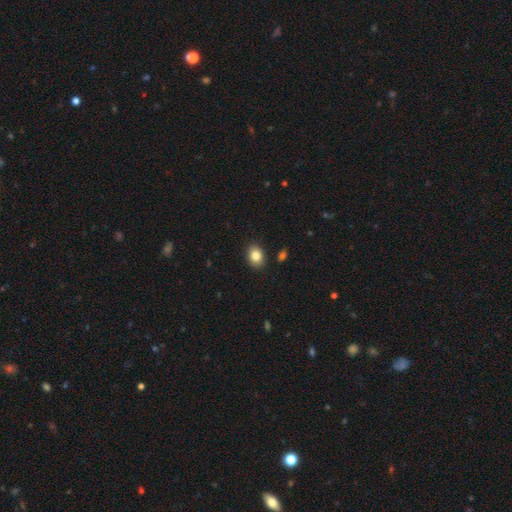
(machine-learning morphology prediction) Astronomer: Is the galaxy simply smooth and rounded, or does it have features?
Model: smooth — 84%.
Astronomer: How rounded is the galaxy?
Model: in between — 65%.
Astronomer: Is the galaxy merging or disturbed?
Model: none — 88%.